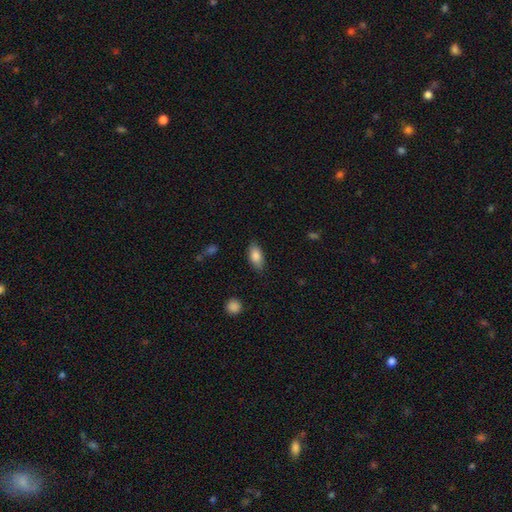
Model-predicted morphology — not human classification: A smooth galaxy with no disk features (84%) that is in between round and cigar-shaped (89%).

Vote fractions:
- Smooth or featured? smooth: 84% / featured or disk: 9% / star or artifact: 7%
- How rounded? in between: 89% / cigar-shaped: 8% / round: 3%
- Merging? none: 82% / minor disturbance: 14% / major disturbance: 3% / merger: 1%